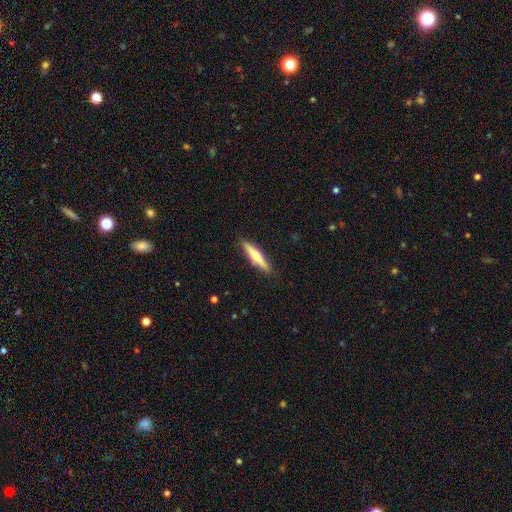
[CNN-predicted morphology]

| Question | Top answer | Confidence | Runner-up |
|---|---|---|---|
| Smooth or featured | featured or disk | 58% | smooth (37%) |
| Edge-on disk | yes | 96% | no (4%) |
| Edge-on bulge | rounded | 93% | none (5%) |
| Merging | none | 90% | minor disturbance (7%) |